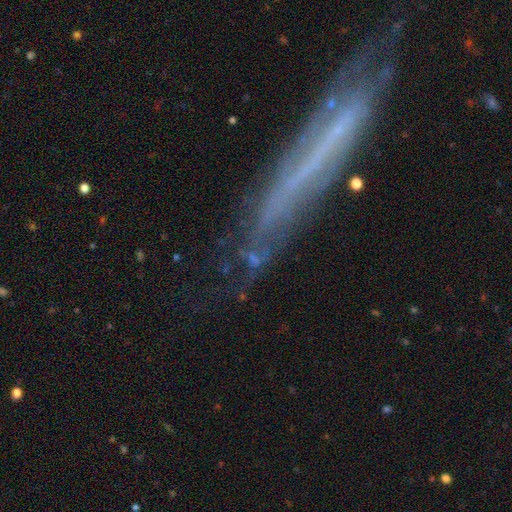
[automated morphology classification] smooth-or-featured: featured or disk: 46% | star or artifact: 27% | smooth: 27%
  merging: none: 59% | minor disturbance: 18% | major disturbance: 17% | merger: 6%